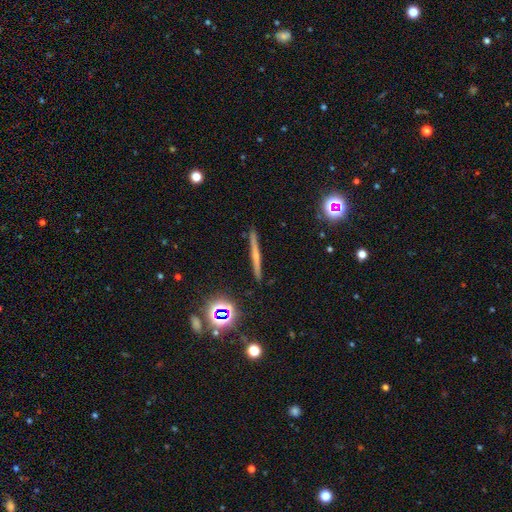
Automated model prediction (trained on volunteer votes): The model was most divided on "smooth or featured": featured or disk: 50%, smooth: 35%, star or artifact: 15%. More confident: edge-on disk — yes (96%); merging — none (90%).